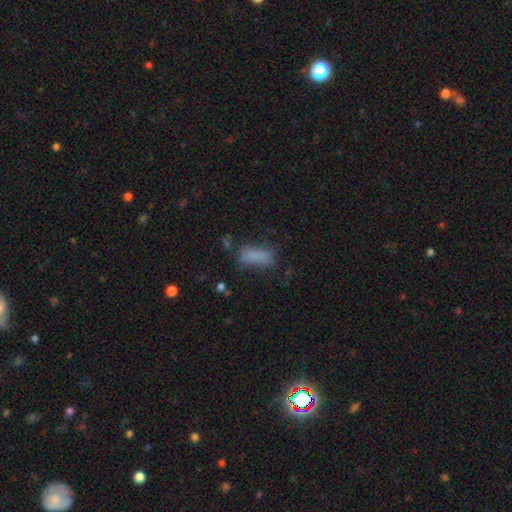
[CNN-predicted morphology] Q: Smooth or featured?
A: smooth (76%); runner-up: star or artifact (13%)
Q: How rounded?
A: in between (74%); runner-up: cigar-shaped (23%)
Q: Merging?
A: none (49%); runner-up: minor disturbance (27%)